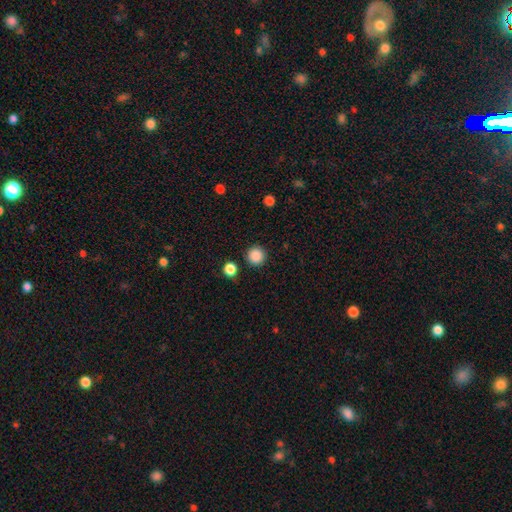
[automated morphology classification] type=smooth (87%); roundness=round (96%); merging=none (90%).